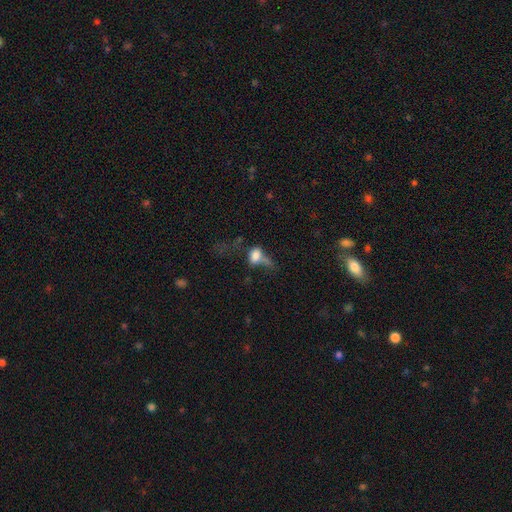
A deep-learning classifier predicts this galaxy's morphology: Q: Smooth or featured?
A: smooth (68%); runner-up: featured or disk (20%)
Q: How rounded?
A: in between (74%); runner-up: round (21%)
Q: Merging?
A: major disturbance (42%); runner-up: merger (22%)